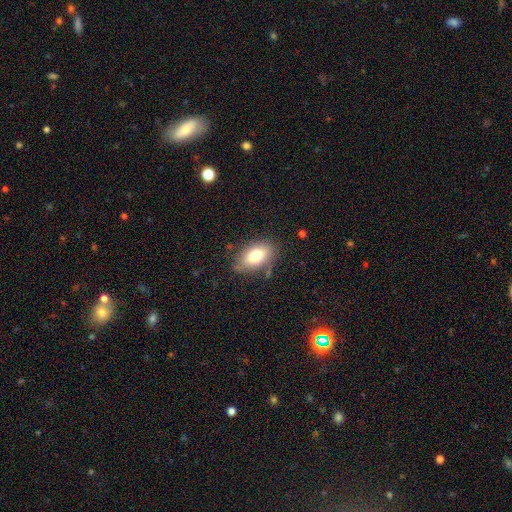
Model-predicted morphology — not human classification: This is likely a smooth galaxy (77%). How rounded: clearly in between (89%). Merging: likely none (74%).